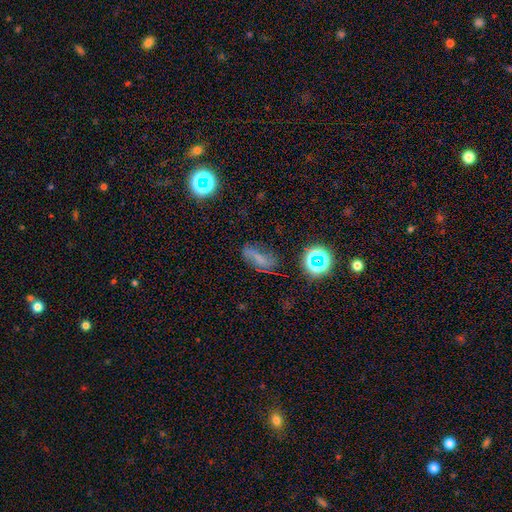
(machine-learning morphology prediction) Q: Smooth or featured?
A: smooth (41%); runner-up: featured or disk (34%)
Q: Merging?
A: none (62%); runner-up: minor disturbance (22%)